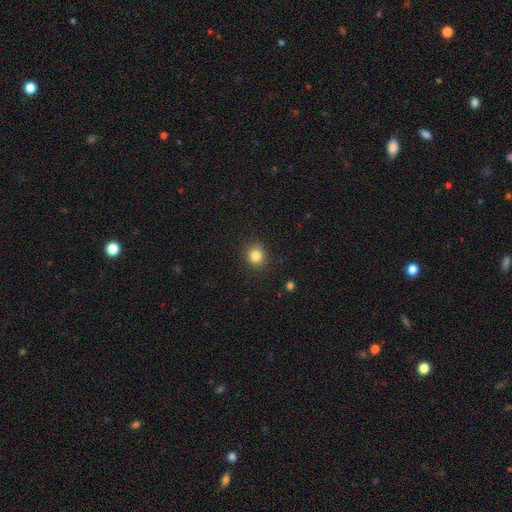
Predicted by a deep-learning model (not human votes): This appears to be a smooth galaxy with no disk features (84%) that is round (84%). Merging: none (90%).